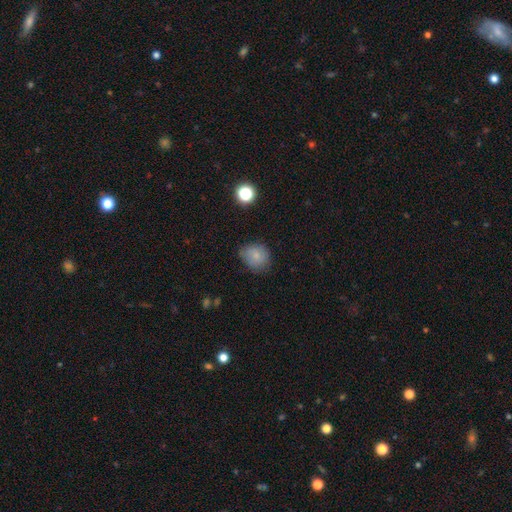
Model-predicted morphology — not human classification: Smooth or featured? Predicted: smooth (p=0.80). How rounded? Predicted: round (p=0.64). Merging? Predicted: none (p=0.64).